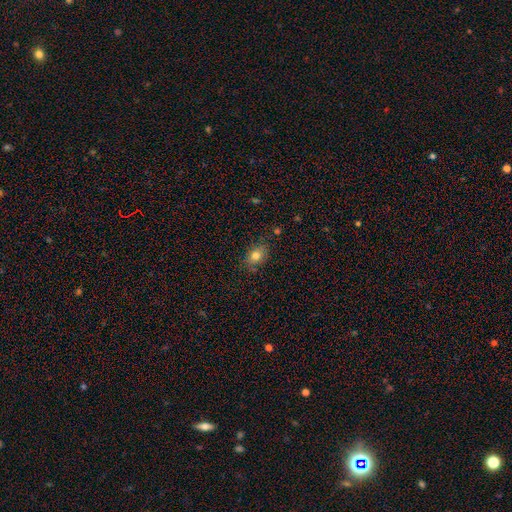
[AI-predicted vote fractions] This appears to be a smooth galaxy with no disk features (79%) that is in between round and cigar-shaped (71%). Merging: none (77%).